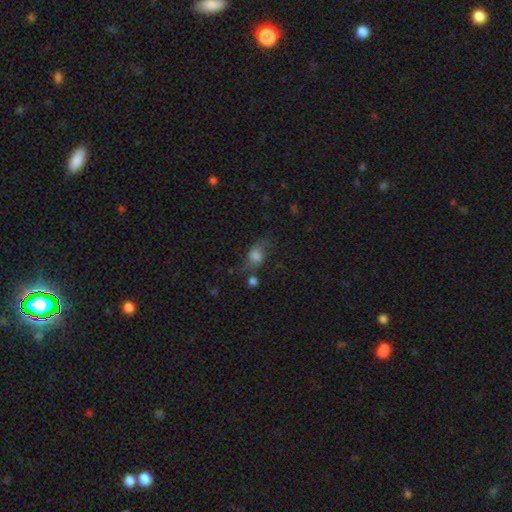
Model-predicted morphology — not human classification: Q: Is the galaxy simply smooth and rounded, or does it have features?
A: smooth — 66%.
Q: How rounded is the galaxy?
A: in between — 63%.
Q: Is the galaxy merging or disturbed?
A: none — 50%.